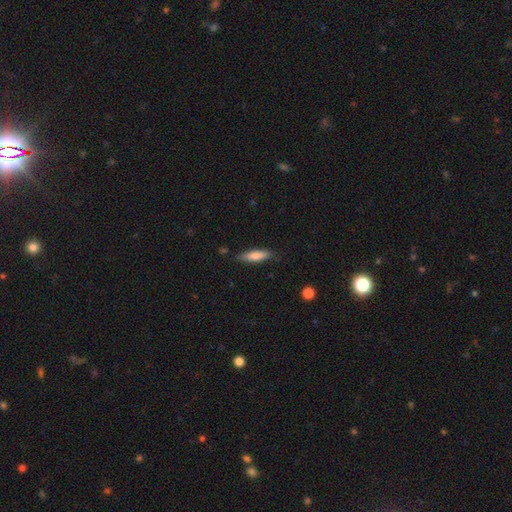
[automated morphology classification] smooth_or_featured: smooth (p=0.76) [alt: featured or disk p=0.18]
how_rounded: cigar-shaped (p=0.66) [alt: in between p=0.33]
merging: none (p=0.80) [alt: minor disturbance p=0.15]